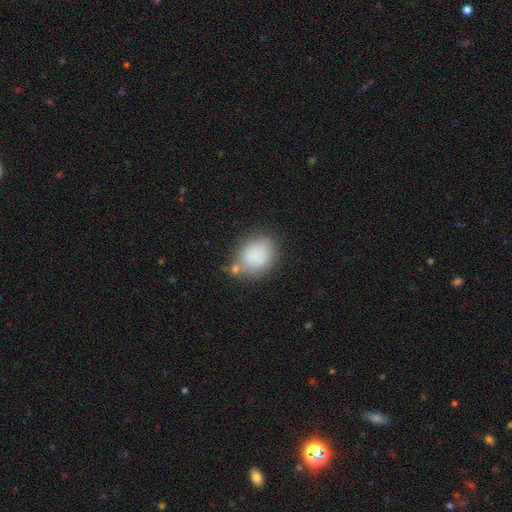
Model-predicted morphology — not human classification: smooth-or-featured: smooth: 79% | featured or disk: 12% | star or artifact: 9%
  how-rounded: round: 55% | in between: 44% | cigar-shaped: 1%
  merging: none: 61% | minor disturbance: 20% | merger: 11% | major disturbance: 7%